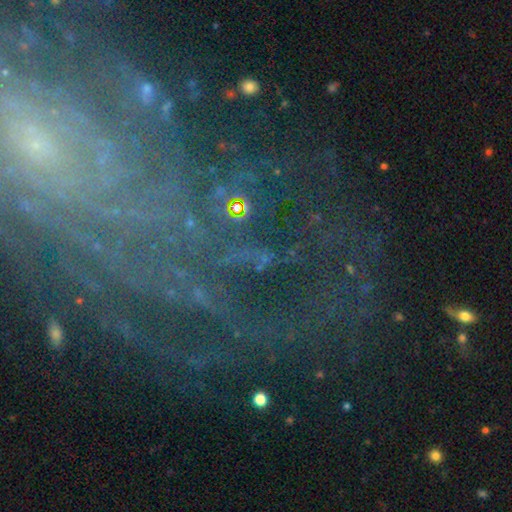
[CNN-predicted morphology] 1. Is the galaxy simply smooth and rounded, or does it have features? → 60% featured or disk, 28% star or artifact, 12% smooth.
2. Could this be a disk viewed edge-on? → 93% no, 7% yes.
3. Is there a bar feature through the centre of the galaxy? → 58% no, 24% weak, 19% strong.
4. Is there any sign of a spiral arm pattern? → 89% yes, 11% no.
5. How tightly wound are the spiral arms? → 72% tight, 22% medium, 7% loose.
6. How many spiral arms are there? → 33% can't tell, 15% more than 4, 15% 3, 13% 2, 13% 4, 11% 1.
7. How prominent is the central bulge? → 63% small, 19% moderate, 11% none, 4% large, 3% dominant.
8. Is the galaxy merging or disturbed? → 69% none, 15% minor disturbance, 13% major disturbance, 4% merger.